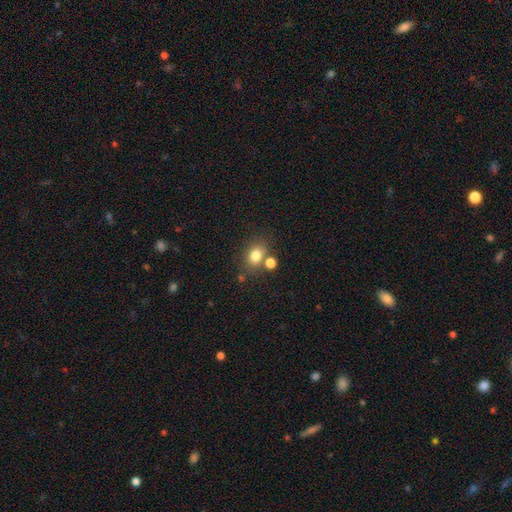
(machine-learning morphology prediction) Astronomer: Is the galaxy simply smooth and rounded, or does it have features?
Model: smooth — 79%.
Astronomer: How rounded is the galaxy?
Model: in between — 50% (runner-up: round, 49%).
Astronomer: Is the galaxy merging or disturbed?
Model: none — 65%.